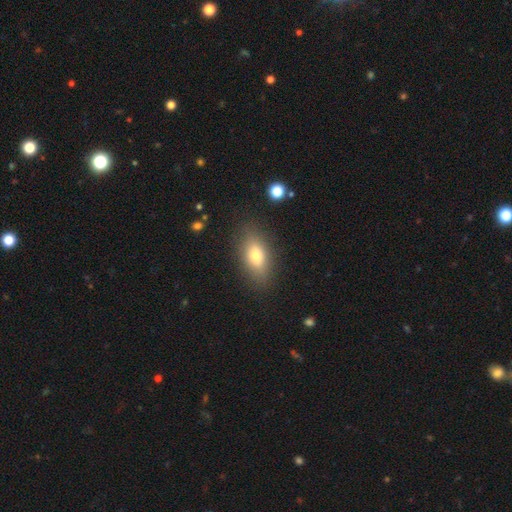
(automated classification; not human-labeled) Smooth or featured? Predicted: smooth (p=0.72). How rounded? Predicted: in between (p=0.83). Merging? Predicted: none (p=0.84).